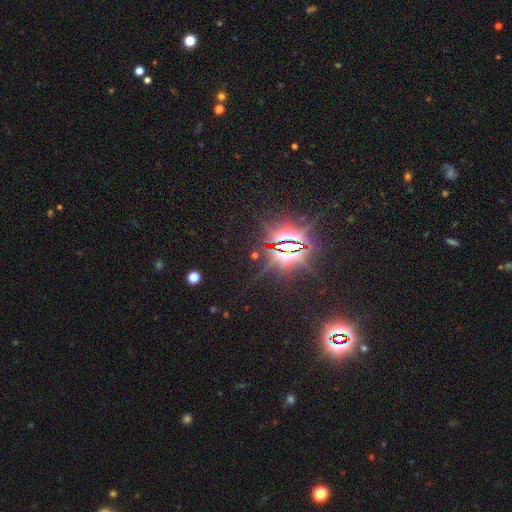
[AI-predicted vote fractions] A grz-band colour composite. It shows a star or artifact, not a galaxy (84%).